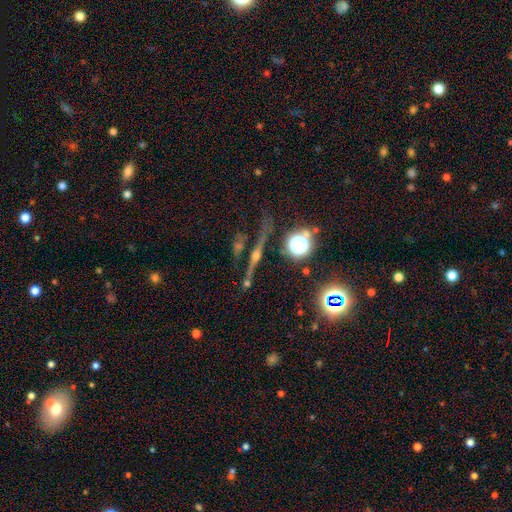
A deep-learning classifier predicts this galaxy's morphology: featured or disk 73%, star or artifact 15%, smooth 12%. Down the decision tree: edge-on disk — yes (92%); edge-on bulge — rounded (92%); merging — none (78%).